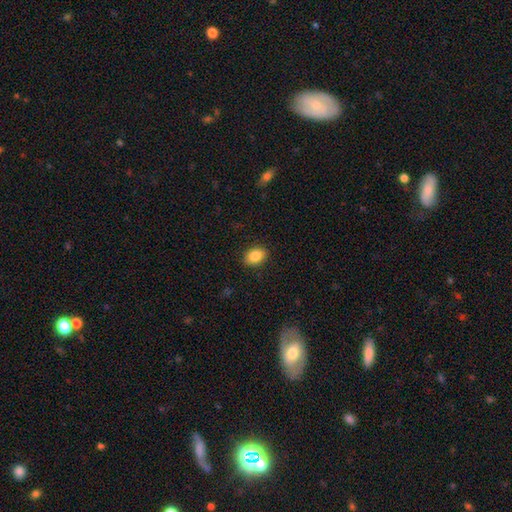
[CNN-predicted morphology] Smooth or featured? Predicted: smooth (p=0.87). How rounded? Predicted: in between (p=0.78). Merging? Predicted: none (p=0.89).